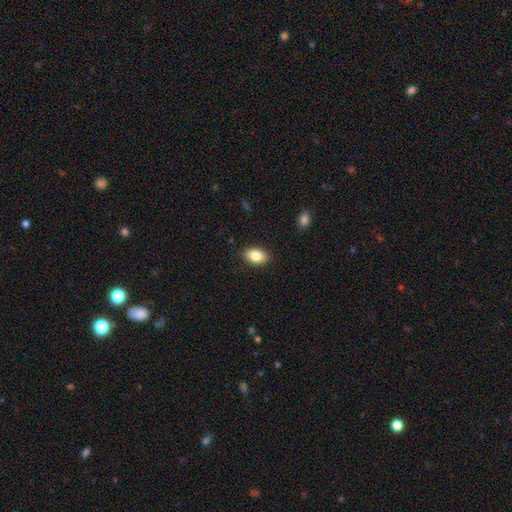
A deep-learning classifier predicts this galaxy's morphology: Smooth or featured? Predicted: smooth (p=0.86). How rounded? Predicted: in between (p=0.89). Merging? Predicted: none (p=0.88).